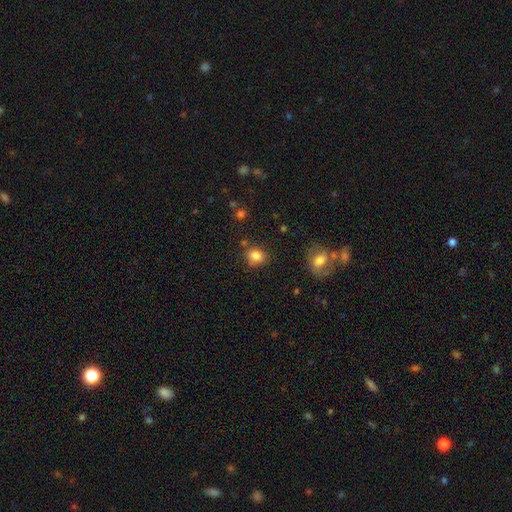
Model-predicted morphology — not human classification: A smooth galaxy with no disk features (82%) that is round (56%).

Vote fractions:
- Smooth or featured? smooth: 82% / star or artifact: 11% / featured or disk: 7%
- How rounded? round: 56% / in between: 43% / cigar-shaped: 1%
- Merging? none: 72% / minor disturbance: 17% / merger: 7% / major disturbance: 4%